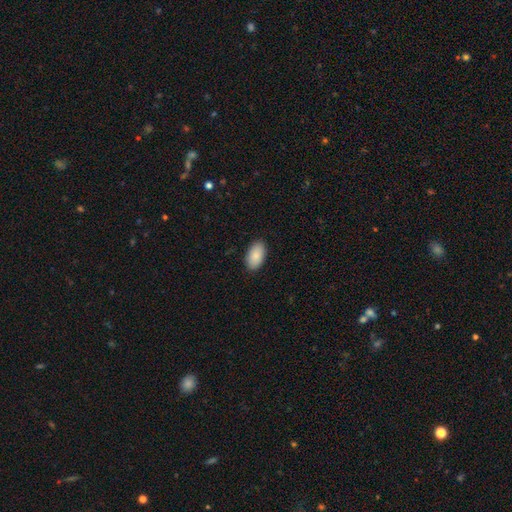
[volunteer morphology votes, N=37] Smooth or featured?
  - smooth: 95% *
  - featured or disk: 3%
  - star or artifact: 3%
How rounded?
  - in between: 94% *
  - round: 3%
  - cigar-shaped: 3%
Merging?
  - none: 83% *
  - minor disturbance: 8%
  - major disturbance: 8%
  - merger: 0%